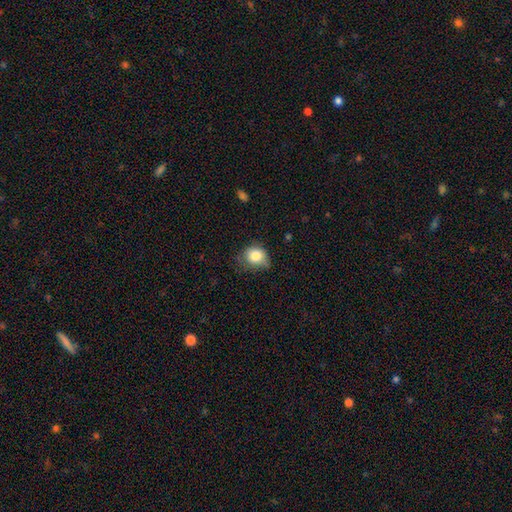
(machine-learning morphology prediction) This appears to be a smooth galaxy with no disk features (82%) that is round (66%). Merging: none (46%).